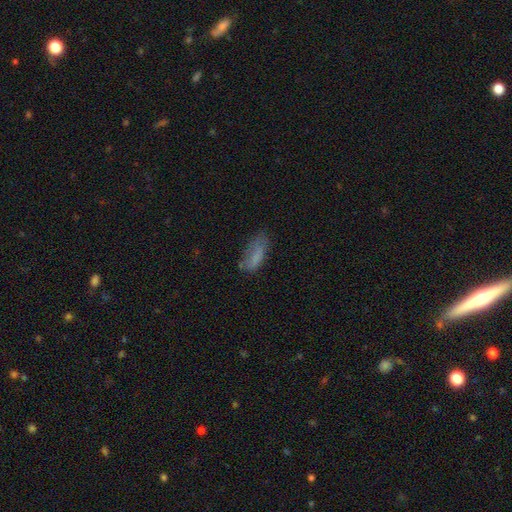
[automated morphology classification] smooth 71%, featured or disk 19%, star or artifact 10%. Down the decision tree: how rounded — in between (71%); merging — none (49%).